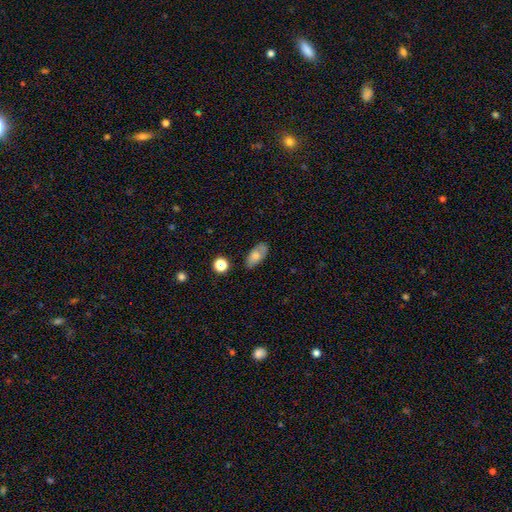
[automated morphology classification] Smooth or featured: smooth — 73% (featured or disk — 18%)
How rounded: in between — 89% (cigar-shaped — 6%)
Merging: none — 76% (minor disturbance — 17%)